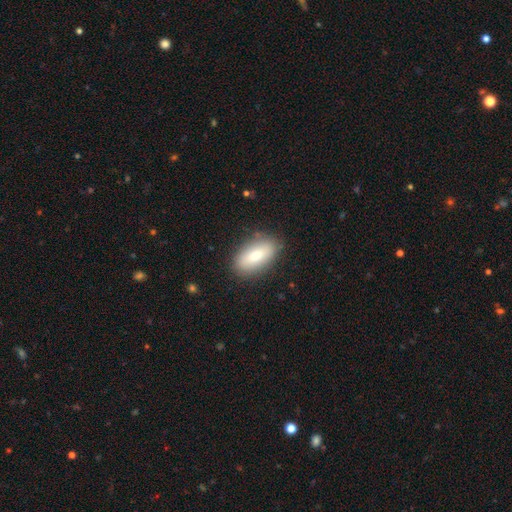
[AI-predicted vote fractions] The model was most divided on "smooth or featured": smooth: 78%, featured or disk: 15%, star or artifact: 7%. More confident: how rounded — in between (90%); merging — none (84%).